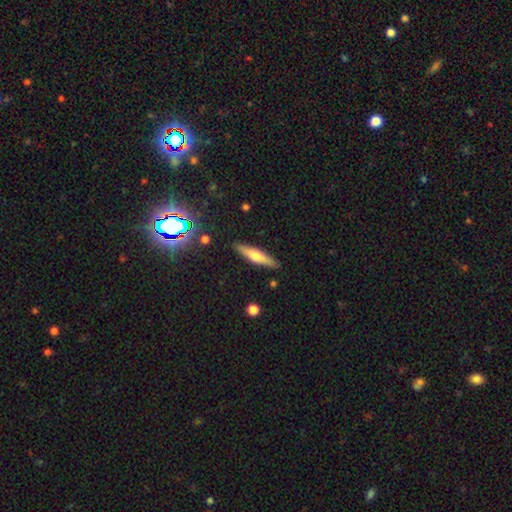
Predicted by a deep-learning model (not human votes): This is possibly a smooth galaxy (49%). Merging: clearly none (89%).